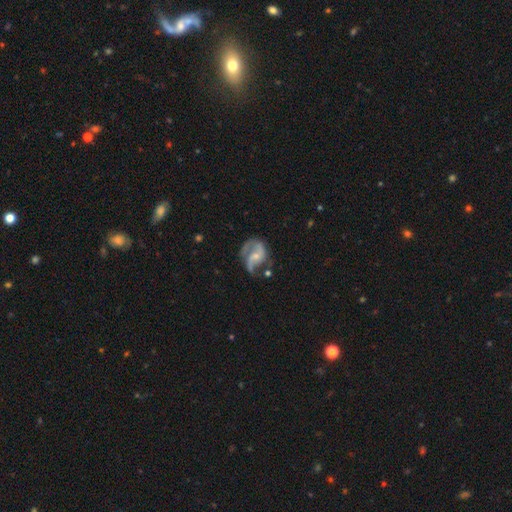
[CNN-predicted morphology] The model was most divided on "spiral winding": medium: 46%, loose: 41%, tight: 13%. Remaining: edge-on disk — no (98%); spiral arms — yes (91%); smooth or featured — featured or disk (80%); spiral arm count — 2 (75%); bulge size — small (61%); bar — no (52%); merging — none (46%).